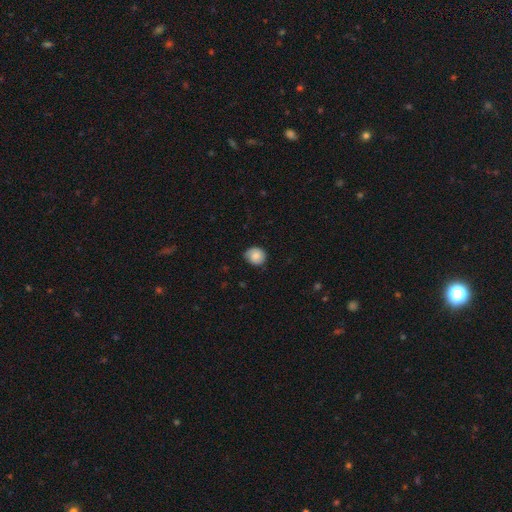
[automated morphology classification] Smooth or featured? smooth (79%)
How rounded? round (76%)
Merging? none (74%)